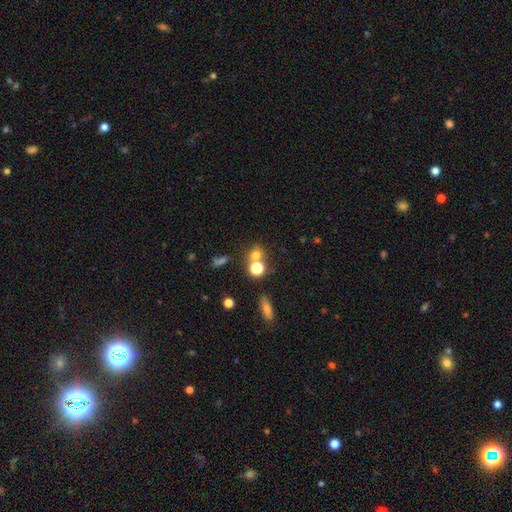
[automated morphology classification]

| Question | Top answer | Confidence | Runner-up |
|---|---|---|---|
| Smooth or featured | smooth | 67% | star or artifact (21%) |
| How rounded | round | 76% | in between (22%) |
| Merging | none | 52% | merger (34%) |